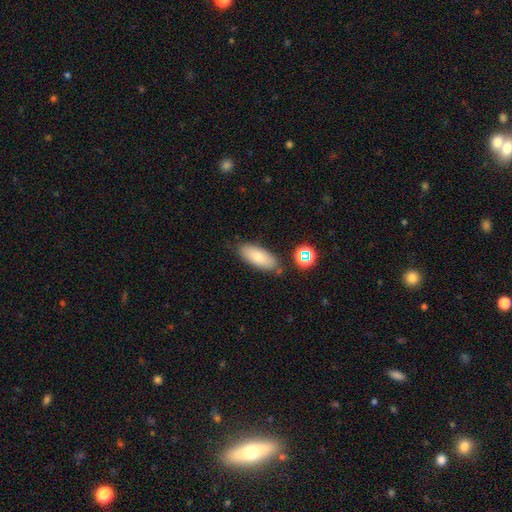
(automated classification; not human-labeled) smooth_or_featured: smooth (p=0.77) [alt: featured or disk p=0.14]
how_rounded: in between (p=0.77) [alt: cigar-shaped p=0.21]
merging: none (p=0.81) [alt: minor disturbance p=0.12]